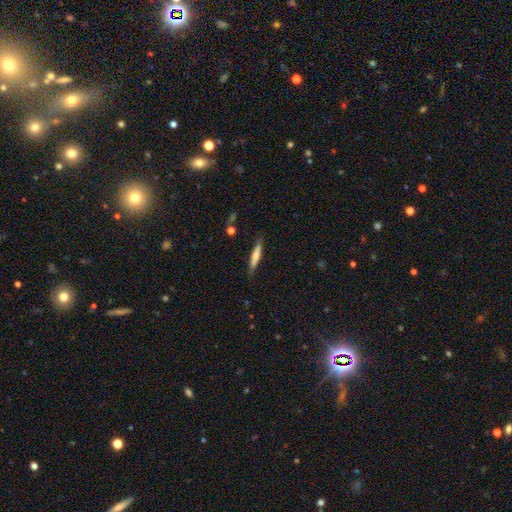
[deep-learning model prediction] Smooth or featured: smooth — 65% (featured or disk — 29%)
How rounded: cigar-shaped — 90% (in between — 8%)
Merging: none — 84% (minor disturbance — 12%)